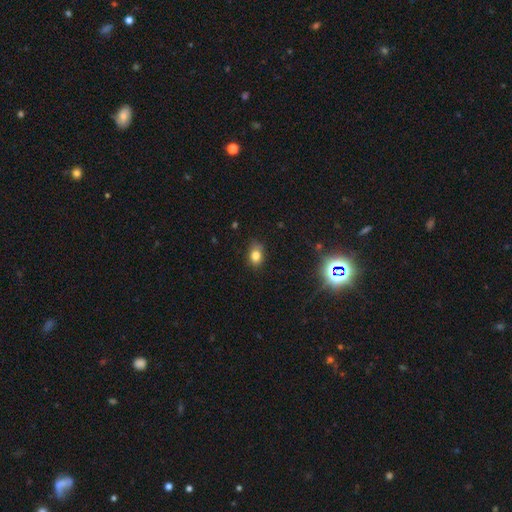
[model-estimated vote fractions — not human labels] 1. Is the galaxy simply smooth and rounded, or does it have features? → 80% smooth, 13% star or artifact, 7% featured or disk.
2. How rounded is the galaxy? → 65% in between, 34% round, 1% cigar-shaped.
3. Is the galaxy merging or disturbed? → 74% none, 21% minor disturbance, 4% major disturbance, 2% merger.